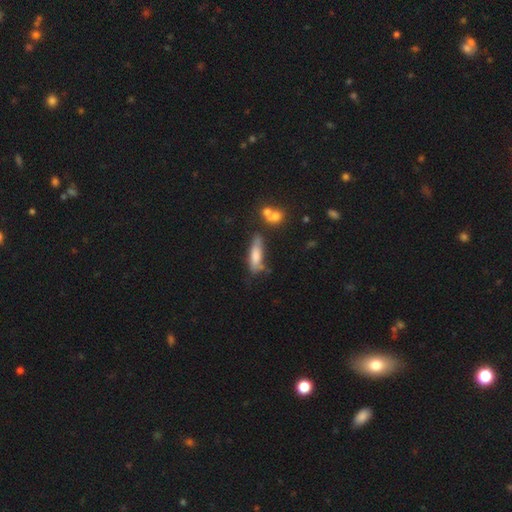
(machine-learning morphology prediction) This appears to be a smooth galaxy with no disk features (66%) that is cigar-shaped (54%). Merging: none (51%).